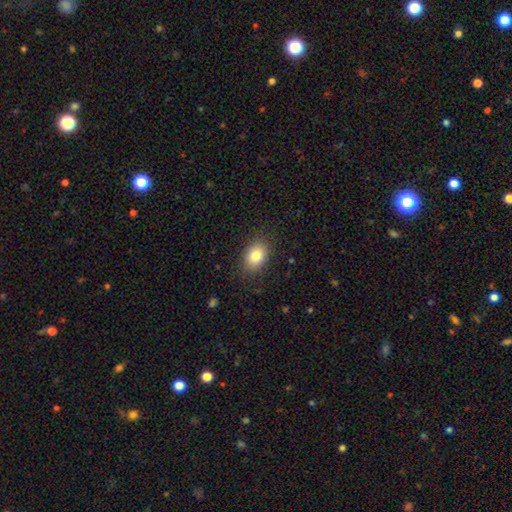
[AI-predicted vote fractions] Smooth or featured? smooth (83%)
How rounded? in between (76%)
Merging? none (85%)